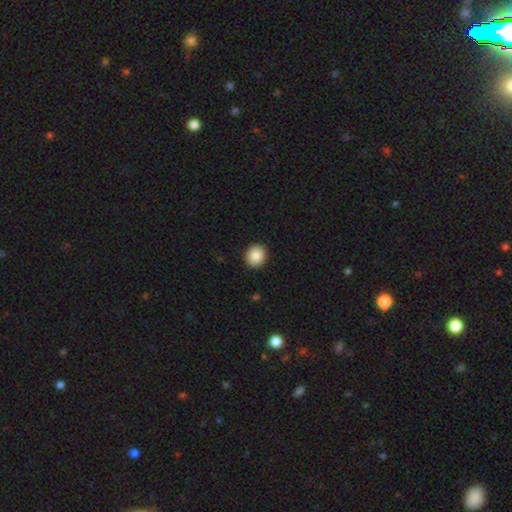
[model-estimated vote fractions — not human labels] Q: Smooth or featured?
A: smooth (87%); runner-up: star or artifact (8%)
Q: How rounded?
A: round (76%); runner-up: in between (23%)
Q: Merging?
A: none (92%); runner-up: minor disturbance (5%)